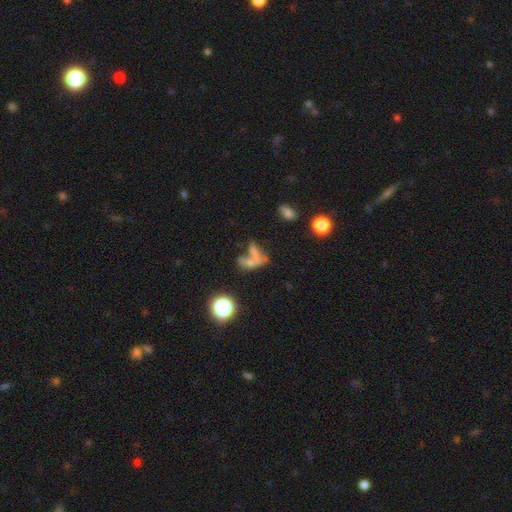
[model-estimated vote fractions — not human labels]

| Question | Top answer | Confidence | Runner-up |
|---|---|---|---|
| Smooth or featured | smooth | 51% | featured or disk (27%) |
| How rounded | in between | 58% | cigar-shaped (26%) |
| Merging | merger | 52% | none (22%) |